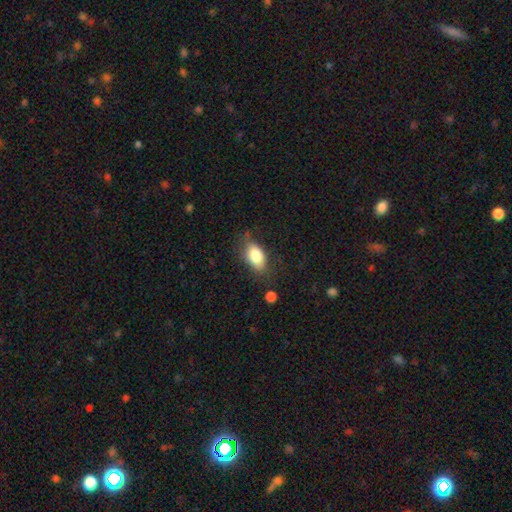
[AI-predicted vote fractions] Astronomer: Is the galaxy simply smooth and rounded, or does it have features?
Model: smooth — 81%.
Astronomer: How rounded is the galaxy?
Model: in between — 89%.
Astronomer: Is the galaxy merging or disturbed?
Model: none — 67%.